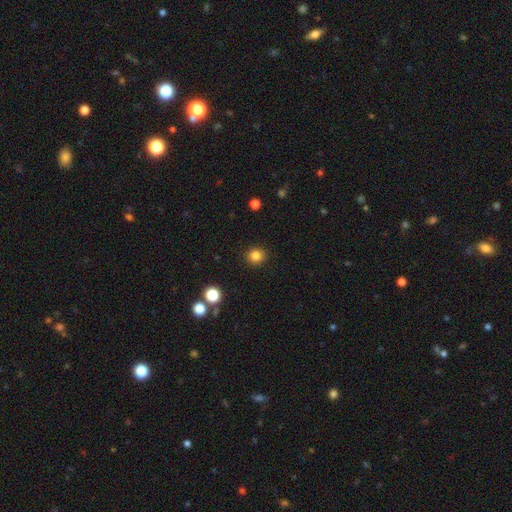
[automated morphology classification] Q: Smooth or featured?
A: smooth (83%); runner-up: star or artifact (12%)
Q: How rounded?
A: round (87%); runner-up: in between (12%)
Q: Merging?
A: none (91%); runner-up: minor disturbance (6%)